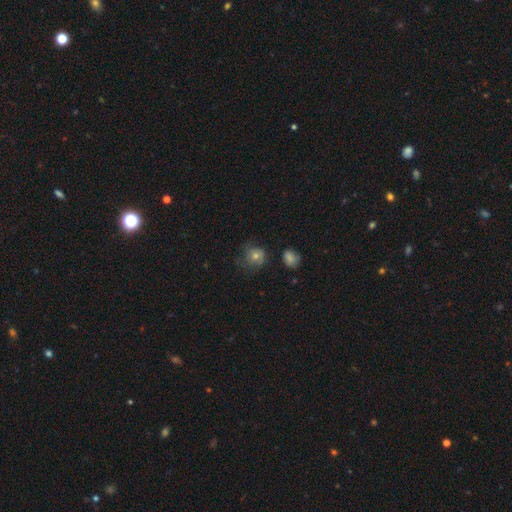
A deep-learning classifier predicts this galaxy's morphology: This appears to be a smooth galaxy with no disk features (55%) that is round (80%). Merging: none (59%).